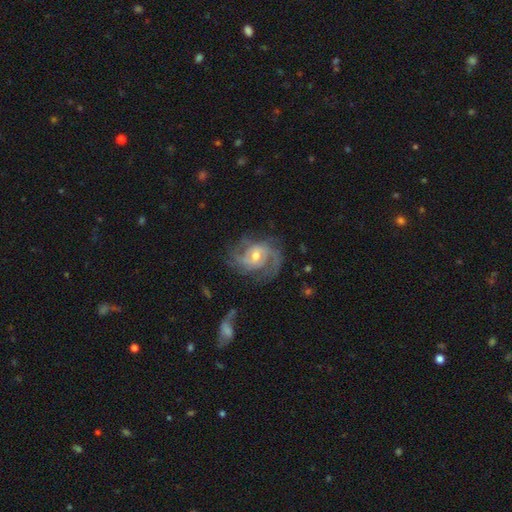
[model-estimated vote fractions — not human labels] Q: Smooth or featured?
A: featured or disk (87%); runner-up: smooth (7%)
Q: Edge-on disk?
A: no (98%); runner-up: yes (2%)
Q: Bar?
A: no (53%); runner-up: weak (37%)
Q: Spiral arms?
A: yes (96%); runner-up: no (4%)
Q: Spiral winding?
A: medium (46%); runner-up: tight (38%)
Q: Spiral arm count?
A: 2 (46%); runner-up: 3 (22%)
Q: Bulge size?
A: moderate (61%); runner-up: small (33%)
Q: Merging?
A: none (66%); runner-up: minor disturbance (19%)